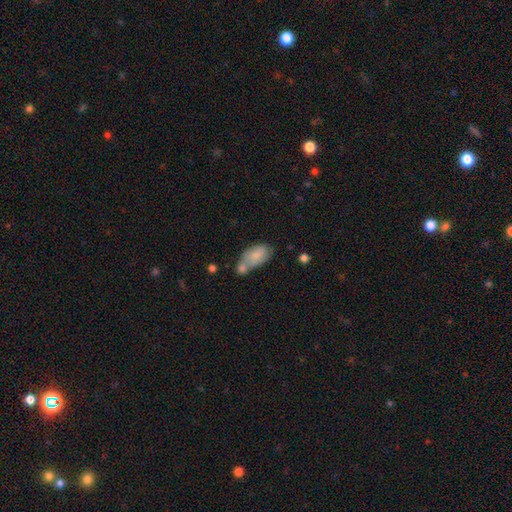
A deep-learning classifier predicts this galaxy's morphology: A smooth galaxy with no disk features (78%) that is in between round and cigar-shaped (92%).

Vote fractions:
- Smooth or featured? smooth: 78% / featured or disk: 15% / star or artifact: 7%
- How rounded? in between: 92% / round: 4% / cigar-shaped: 4%
- Merging? merger: 42% / none: 31% / minor disturbance: 19% / major disturbance: 8%